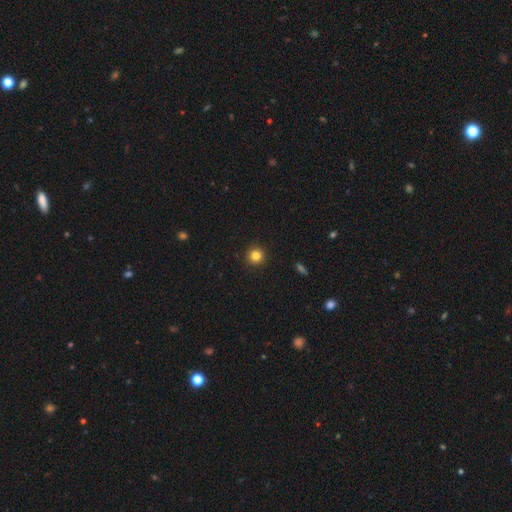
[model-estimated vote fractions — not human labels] Smooth or featured: smooth — 83% (star or artifact — 12%)
How rounded: round — 95% (in between — 4%)
Merging: none — 93% (minor disturbance — 4%)